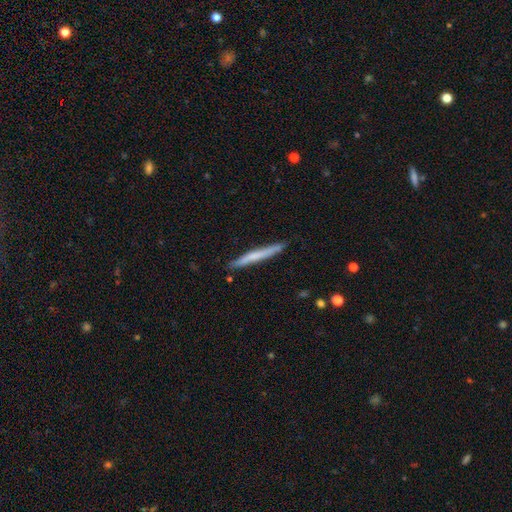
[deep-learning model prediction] This appears to be a smooth galaxy with no disk features (56%) that is cigar-shaped (97%). Merging: none (88%).